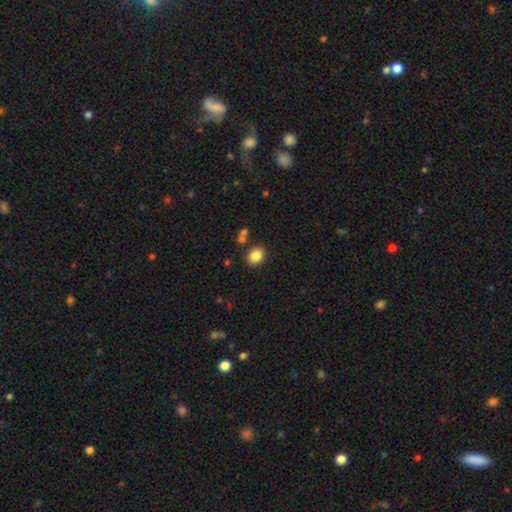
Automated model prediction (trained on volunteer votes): A smooth galaxy with no disk features (86%) that is in between round and cigar-shaped (60%).

Vote fractions:
- Smooth or featured? smooth: 86% / star or artifact: 9% / featured or disk: 5%
- How rounded? in between: 60% / round: 39% / cigar-shaped: 1%
- Merging? none: 80% / minor disturbance: 10% / merger: 6% / major disturbance: 3%